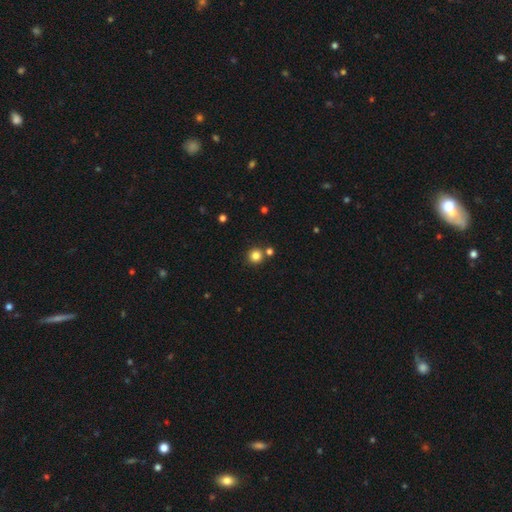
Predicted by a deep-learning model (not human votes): smooth_or_featured: smooth (p=0.82) [alt: star or artifact p=0.13]
how_rounded: round (p=0.94) [alt: in between p=0.05]
merging: none (p=0.78) [alt: merger p=0.13]